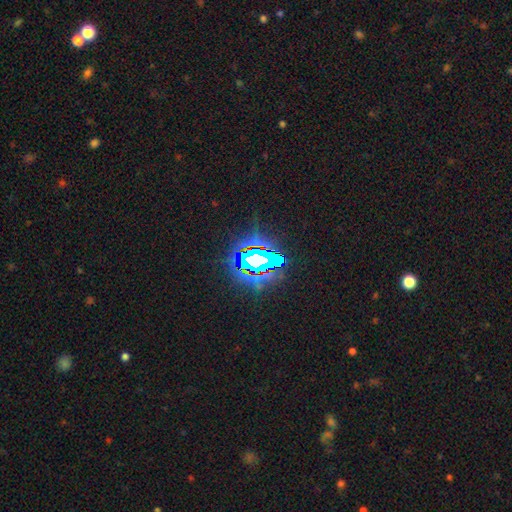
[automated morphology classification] smooth-or-featured: star or artifact: 70% | featured or disk: 17% | smooth: 13%